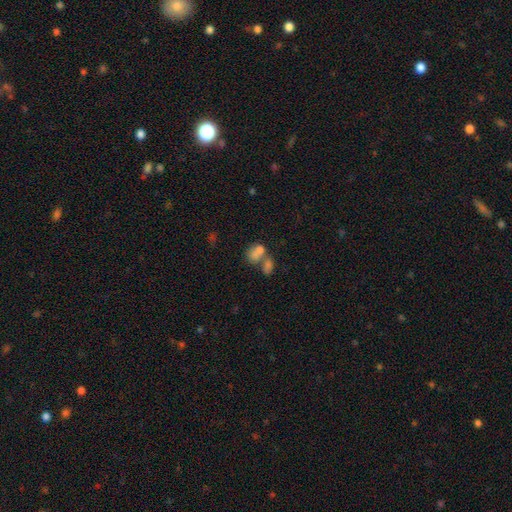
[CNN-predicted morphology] This is possibly a smooth galaxy (45%). Merging: marginally merger (42%).